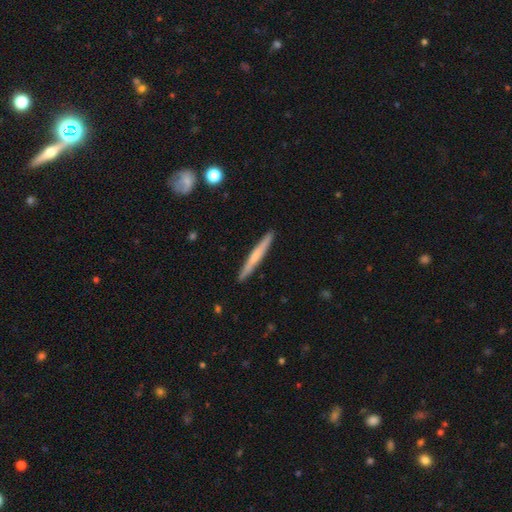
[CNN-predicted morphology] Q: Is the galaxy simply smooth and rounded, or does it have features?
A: smooth — 51%.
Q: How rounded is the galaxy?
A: cigar-shaped — 96%.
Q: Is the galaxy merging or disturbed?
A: none — 91%.